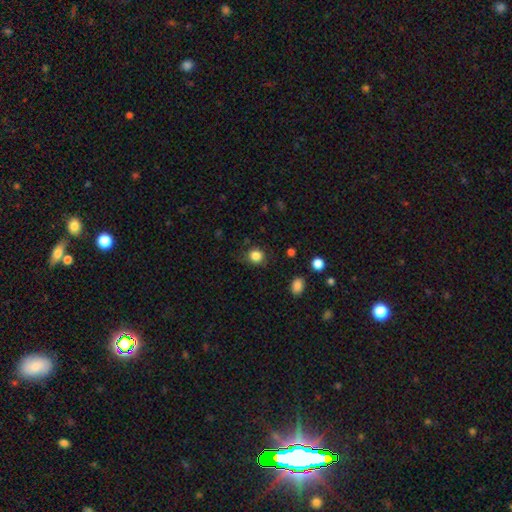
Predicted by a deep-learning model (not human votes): Smooth or featured? smooth (85%)
How rounded? round (85%)
Merging? none (78%)